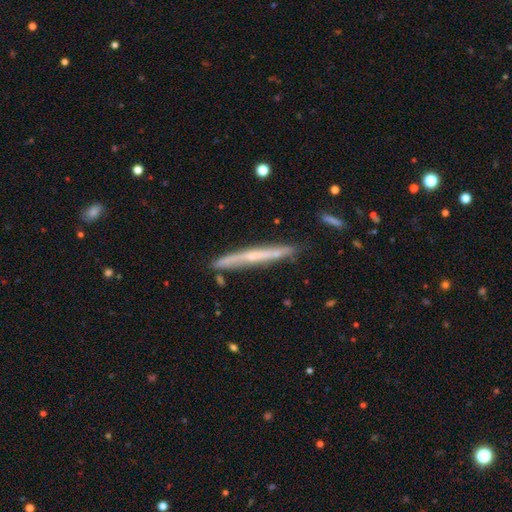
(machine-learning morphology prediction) This is likely a featured or disk galaxy (62%). It is clearly viewed edge-on (95%). Edge-on bulge: possibly none (60%). Merging: clearly none (85%).